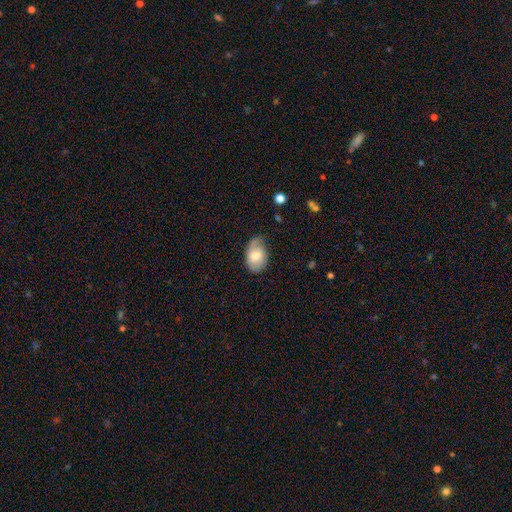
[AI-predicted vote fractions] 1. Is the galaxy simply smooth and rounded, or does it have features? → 71% smooth, 22% featured or disk, 7% star or artifact.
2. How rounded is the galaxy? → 88% in between, 11% round, 1% cigar-shaped.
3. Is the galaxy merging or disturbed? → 65% none, 28% minor disturbance, 6% major disturbance, 1% merger.